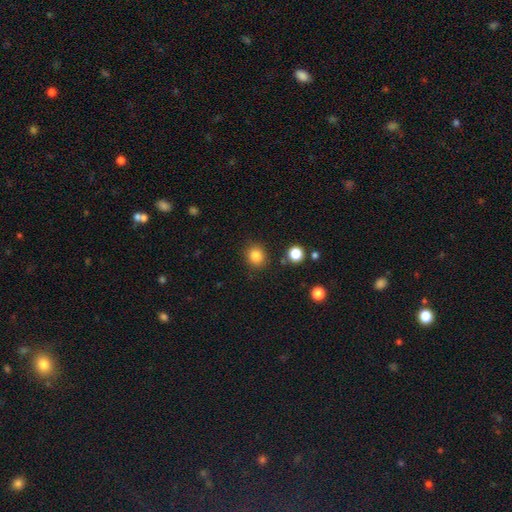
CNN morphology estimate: Overall: smooth (84%). How rounded: round (81%). Merging: none (87%).